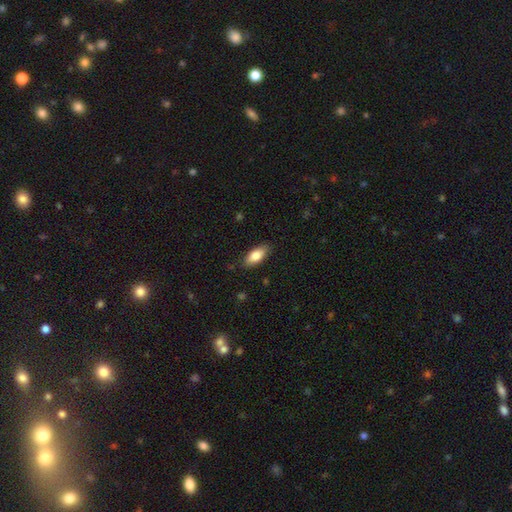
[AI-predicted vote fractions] smooth 81%, featured or disk 13%, star or artifact 6%. Down the decision tree: how rounded — in between (86%); merging — none (85%).